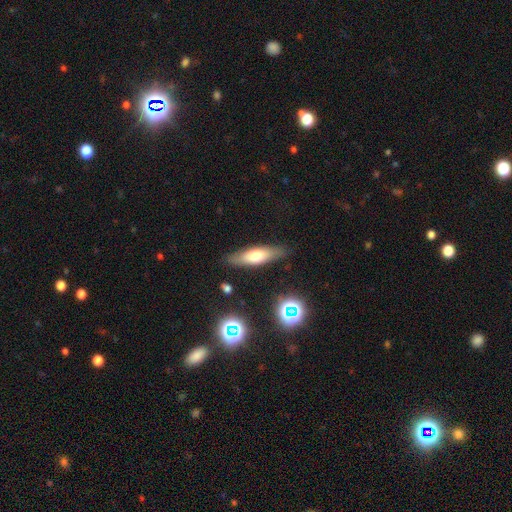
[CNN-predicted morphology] Smooth or featured? Predicted: smooth (p=0.59). How rounded? Predicted: cigar-shaped (p=0.55). Merging? Predicted: none (p=0.85).